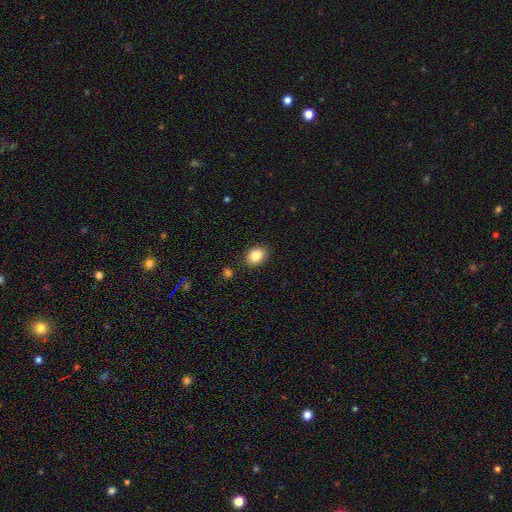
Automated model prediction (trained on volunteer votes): Overall: smooth (86%). How rounded: in between (63%; round 36%). Merging: none (87%).